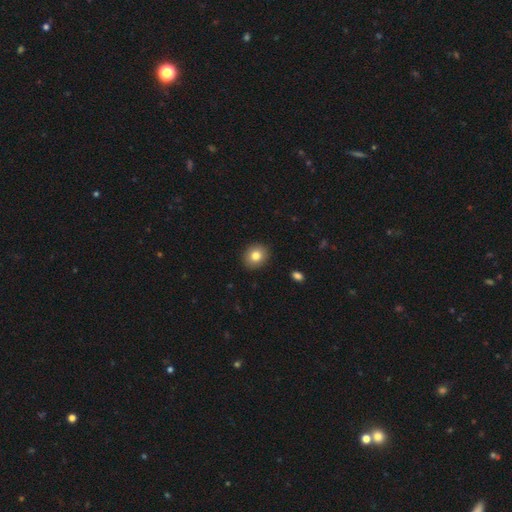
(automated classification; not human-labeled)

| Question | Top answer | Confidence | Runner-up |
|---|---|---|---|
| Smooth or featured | smooth | 81% | star or artifact (10%) |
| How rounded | round | 72% | in between (28%) |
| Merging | none | 91% | minor disturbance (7%) |